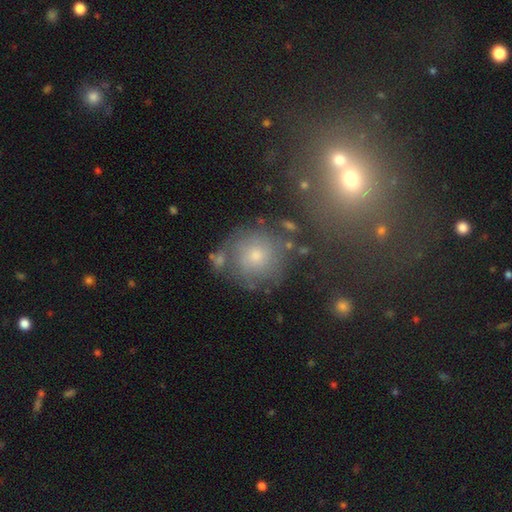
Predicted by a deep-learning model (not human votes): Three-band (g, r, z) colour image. It shows a smooth galaxy with no disk features (58%) that is round (89%). Merging: none (63%).